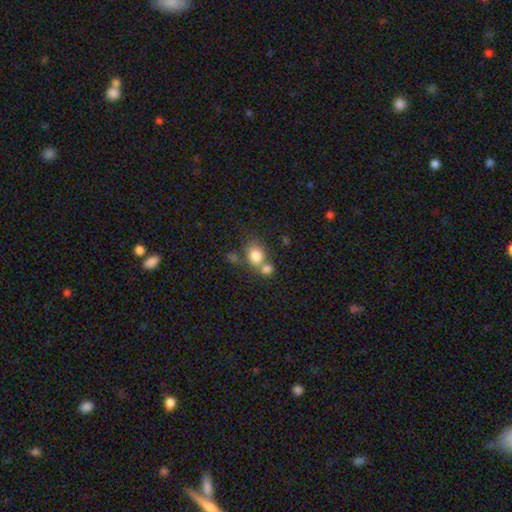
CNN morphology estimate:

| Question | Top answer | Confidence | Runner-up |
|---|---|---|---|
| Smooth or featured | smooth | 80% | featured or disk (10%) |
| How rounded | round | 54% | in between (45%) |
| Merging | merger | 44% | none (41%) |